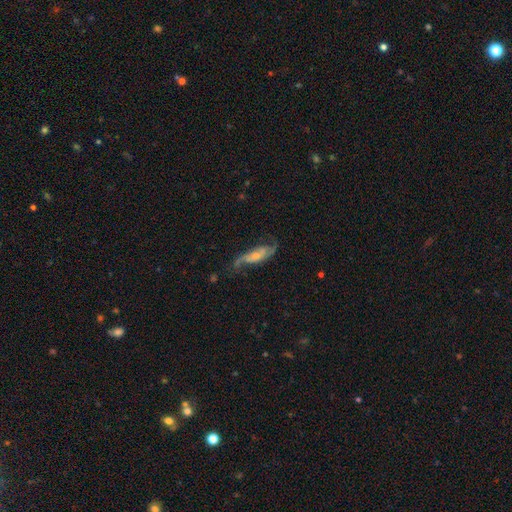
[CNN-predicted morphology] featured or disk 75%, smooth 18%, star or artifact 6%. Down the decision tree: edge-on disk — no (85%); bar — no (54%); spiral arms — yes (92%); spiral arm count — 2 (86%); spiral winding — loose (57%); bulge size — small (51%); merging — none (60%).